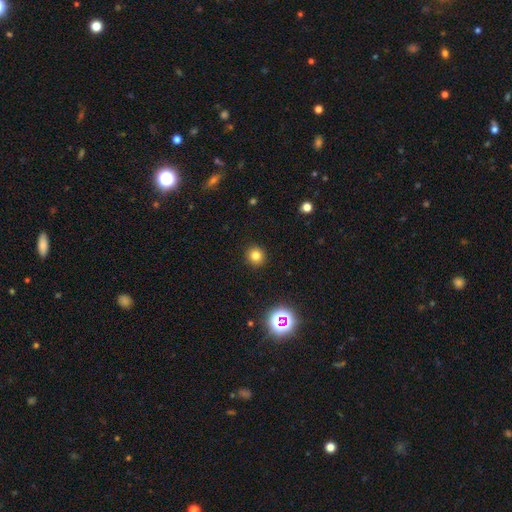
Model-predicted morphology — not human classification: smooth_or_featured: smooth (p=0.79) [alt: star or artifact p=0.16]
how_rounded: round (p=0.93) [alt: in between p=0.07]
merging: none (p=0.92) [alt: minor disturbance p=0.05]